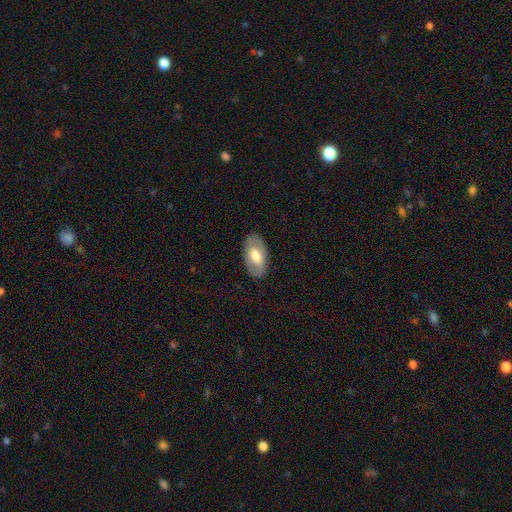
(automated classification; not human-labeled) Morphology: type=smooth (53%); roundness=in between (93%); merging=none (85%).